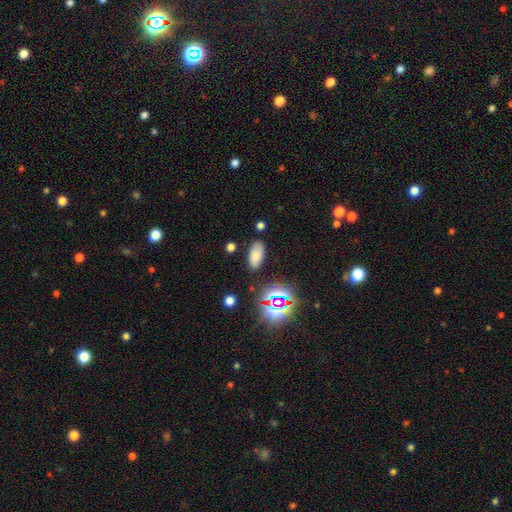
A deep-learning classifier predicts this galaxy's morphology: Smooth or featured?
  - smooth: 73% *
  - star or artifact: 18%
  - featured or disk: 9%
How rounded?
  - in between: 90% *
  - cigar-shaped: 6%
  - round: 4%
Merging?
  - none: 84% *
  - minor disturbance: 10%
  - major disturbance: 3%
  - merger: 3%